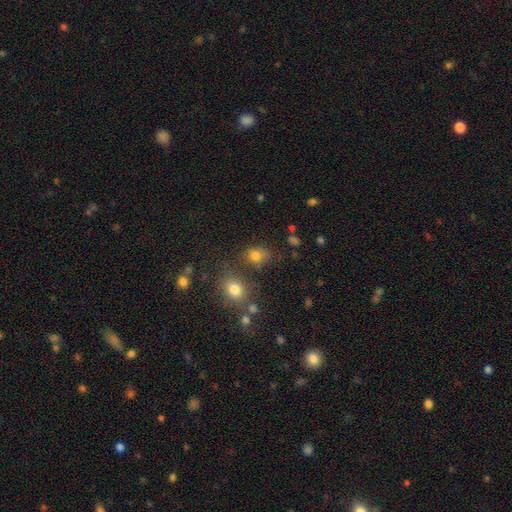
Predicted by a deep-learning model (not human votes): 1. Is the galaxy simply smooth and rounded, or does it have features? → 75% smooth, 17% star or artifact, 8% featured or disk.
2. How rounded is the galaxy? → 54% in between, 44% round, 2% cigar-shaped.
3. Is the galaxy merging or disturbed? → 62% none, 18% minor disturbance, 13% merger, 7% major disturbance.